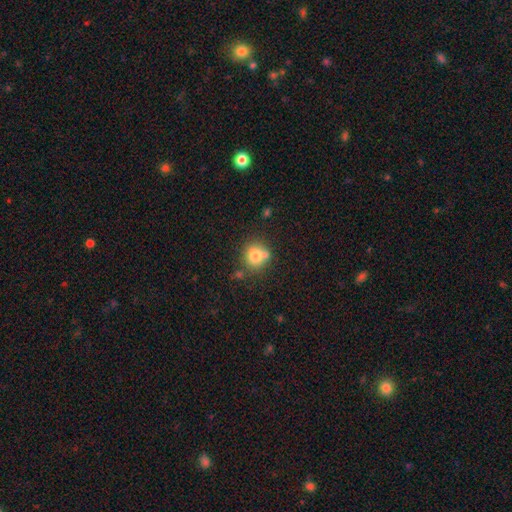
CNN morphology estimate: A smooth galaxy with no disk features (75%) that is round (83%). Merging: none (55%).